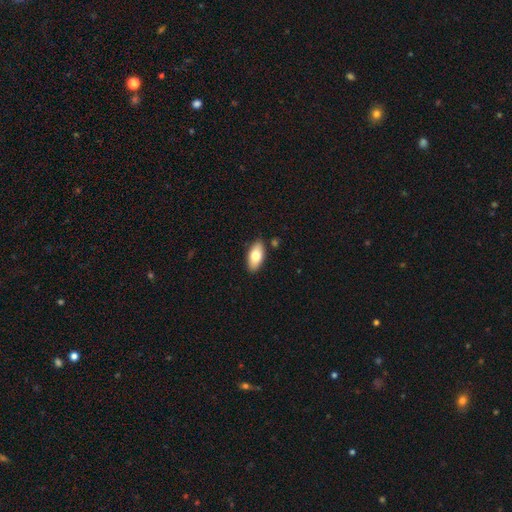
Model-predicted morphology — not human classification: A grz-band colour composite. It shows a smooth galaxy with no disk features (78%) that is in between round and cigar-shaped (90%). Merging: none (86%).